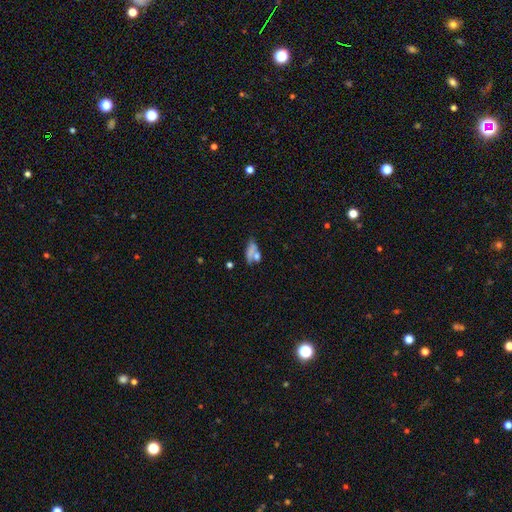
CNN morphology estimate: Smooth or featured? Predicted: smooth (p=0.63). How rounded? Predicted: in between (p=0.66). Merging? Predicted: none (p=0.41).